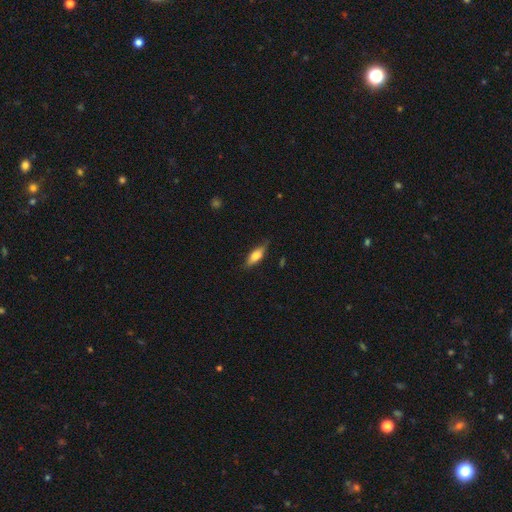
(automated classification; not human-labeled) smooth-or-featured: smooth: 66% | featured or disk: 28% | star or artifact: 7%
  how-rounded: in between: 58% | cigar-shaped: 39% | round: 3%
  merging: none: 78% | minor disturbance: 18% | major disturbance: 3% | merger: 1%